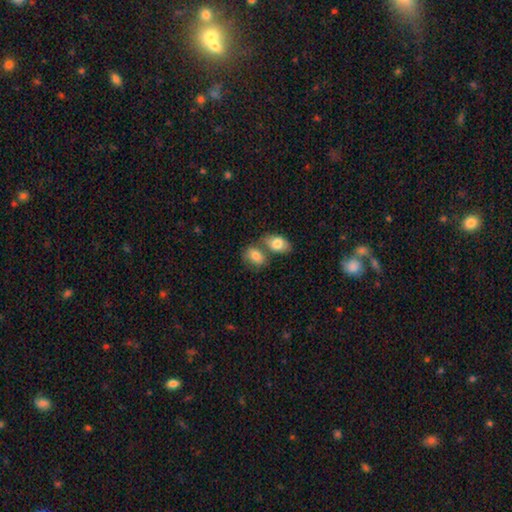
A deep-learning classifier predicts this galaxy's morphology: smooth-or-featured: smooth: 80% | featured or disk: 13% | star or artifact: 7%
  how-rounded: in between: 79% | round: 19% | cigar-shaped: 2%
  merging: merger: 47% | none: 37% | minor disturbance: 11% | major disturbance: 4%